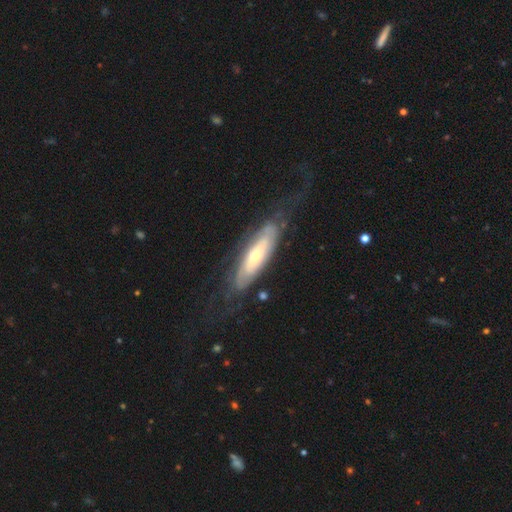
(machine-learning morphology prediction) Q: Smooth or featured?
A: featured or disk (69%); runner-up: smooth (25%)
Q: Edge-on disk?
A: no (74%); runner-up: yes (26%)
Q: Bar?
A: no (74%); runner-up: weak (18%)
Q: Spiral arms?
A: yes (73%); runner-up: no (27%)
Q: Bulge size?
A: small (52%); runner-up: moderate (42%)
Q: Merging?
A: none (61%); runner-up: minor disturbance (20%)